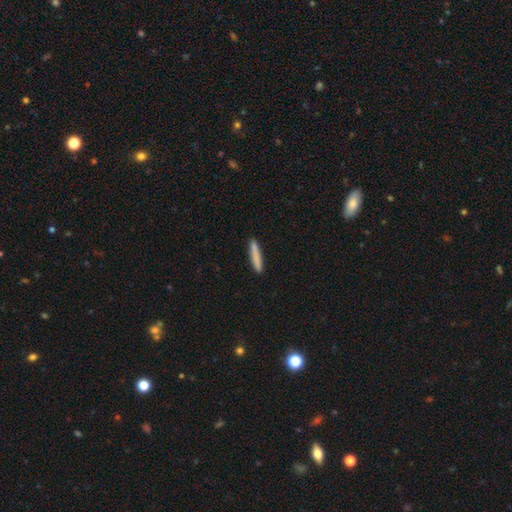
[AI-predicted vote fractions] Smooth or featured: smooth — 83% (featured or disk — 11%)
How rounded: cigar-shaped — 94% (in between — 5%)
Merging: none — 91% (minor disturbance — 7%)